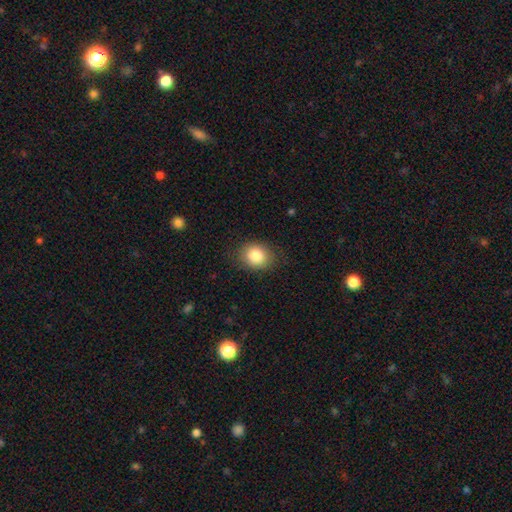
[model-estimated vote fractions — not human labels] A smooth galaxy with no disk features (84%) that is round (62%).

Vote fractions:
- Smooth or featured? smooth: 84% / star or artifact: 9% / featured or disk: 7%
- How rounded? round: 62% / in between: 38% / cigar-shaped: 1%
- Merging? none: 84% / minor disturbance: 12% / major disturbance: 3% / merger: 1%